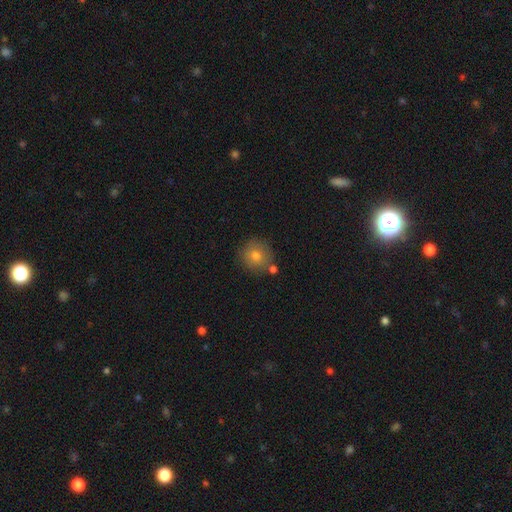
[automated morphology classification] smooth_or_featured: smooth (p=0.76) [alt: featured or disk p=0.12]
how_rounded: round (p=0.92) [alt: in between p=0.07]
merging: none (p=0.78) [alt: minor disturbance p=0.10]